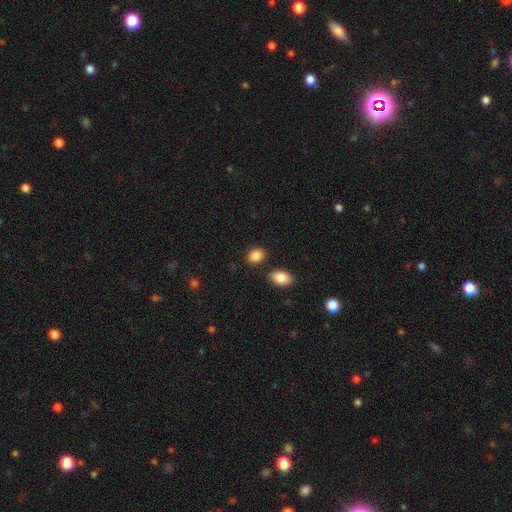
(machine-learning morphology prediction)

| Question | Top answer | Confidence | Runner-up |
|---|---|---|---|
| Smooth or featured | smooth | 87% | star or artifact (9%) |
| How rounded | in between | 65% | round (34%) |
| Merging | none | 79% | minor disturbance (10%) |